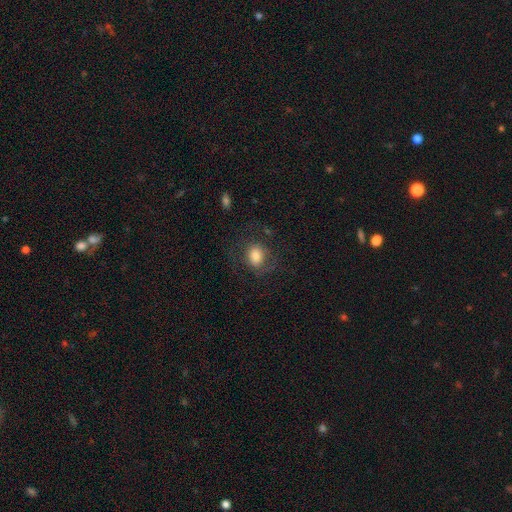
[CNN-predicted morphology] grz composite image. It shows a smooth galaxy with no disk features (75%) that is round (53%). Merging: none (65%).